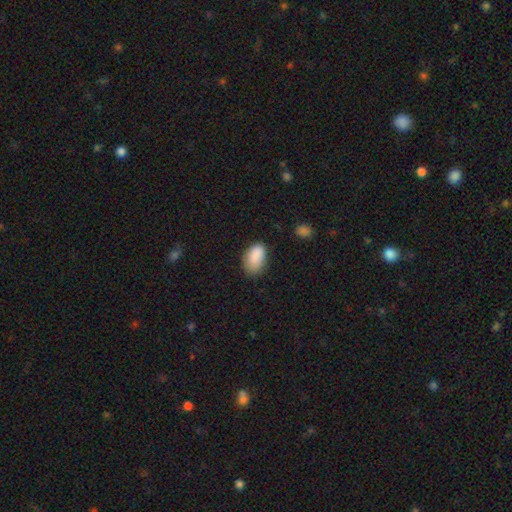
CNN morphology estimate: Q: Smooth or featured?
A: smooth (87%); runner-up: star or artifact (8%)
Q: How rounded?
A: in between (92%); runner-up: round (7%)
Q: Merging?
A: none (65%); runner-up: minor disturbance (27%)